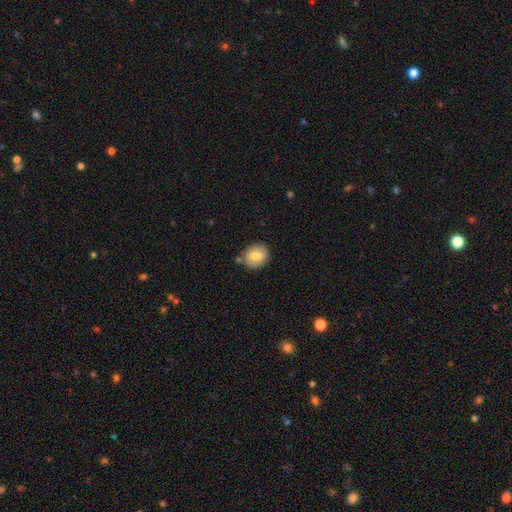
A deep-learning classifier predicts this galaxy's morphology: Smooth or featured?
  - smooth: 78% *
  - featured or disk: 14%
  - star or artifact: 8%
How rounded?
  - round: 67% *
  - in between: 32%
  - cigar-shaped: 1%
Merging?
  - none: 78% *
  - minor disturbance: 13%
  - merger: 6%
  - major disturbance: 3%